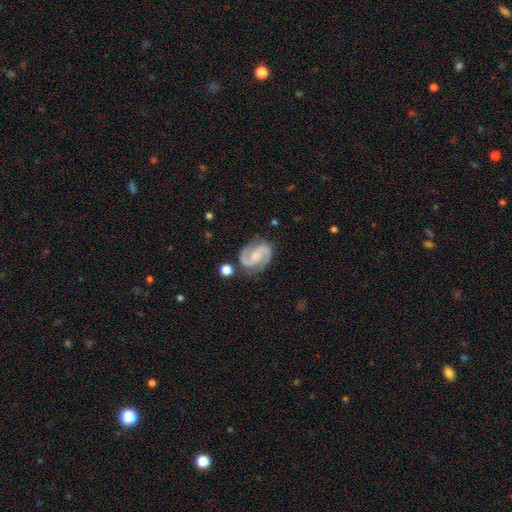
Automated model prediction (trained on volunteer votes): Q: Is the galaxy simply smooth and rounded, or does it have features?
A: featured or disk — 88%.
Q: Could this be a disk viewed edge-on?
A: no — 98%.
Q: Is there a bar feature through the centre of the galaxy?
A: no — 44%.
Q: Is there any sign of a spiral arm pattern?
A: yes — 98%.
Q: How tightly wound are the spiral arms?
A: medium — 56%.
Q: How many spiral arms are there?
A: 2 — 94%.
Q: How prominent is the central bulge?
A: small — 33%, tied with none.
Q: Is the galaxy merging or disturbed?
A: none — 80%.